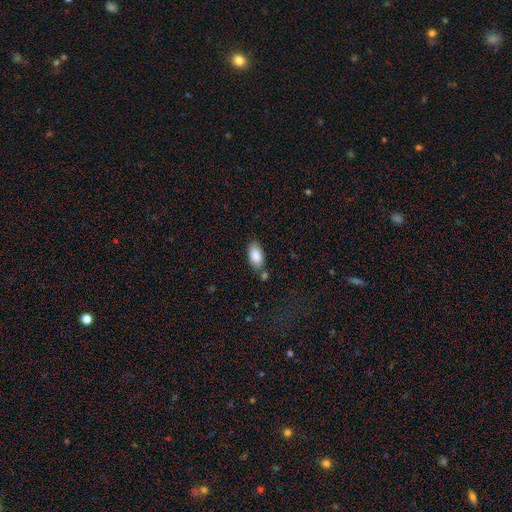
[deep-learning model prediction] smooth_or_featured: smooth (p=0.87) [alt: featured or disk p=0.07]
how_rounded: in between (p=0.92) [alt: cigar-shaped p=0.04]
merging: none (p=0.71) [alt: minor disturbance p=0.16]